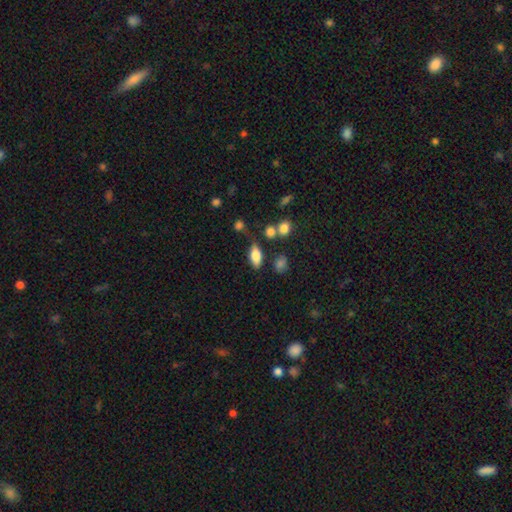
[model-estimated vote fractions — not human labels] smooth-or-featured: smooth: 76% | featured or disk: 15% | star or artifact: 9%
  how-rounded: in between: 85% | cigar-shaped: 9% | round: 6%
  merging: none: 60% | minor disturbance: 23% | merger: 9% | major disturbance: 9%